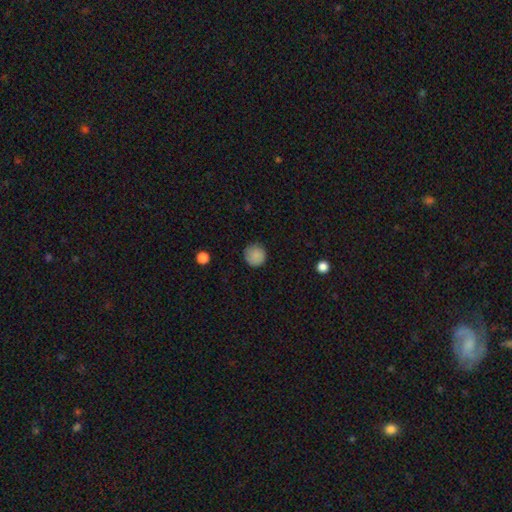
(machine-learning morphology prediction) smooth-or-featured: smooth: 87% | star or artifact: 9% | featured or disk: 5%
  how-rounded: round: 95% | in between: 5% | cigar-shaped: 1%
  merging: none: 87% | minor disturbance: 9% | major disturbance: 2% | merger: 1%